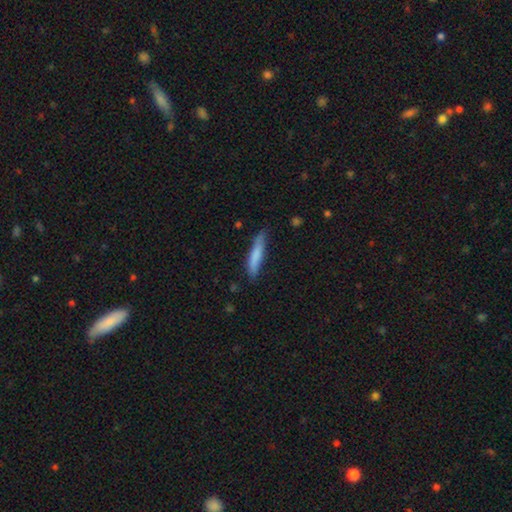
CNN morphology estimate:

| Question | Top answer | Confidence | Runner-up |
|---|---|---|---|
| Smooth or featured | smooth | 76% | featured or disk (18%) |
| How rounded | cigar-shaped | 89% | in between (10%) |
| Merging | none | 77% | minor disturbance (18%) |